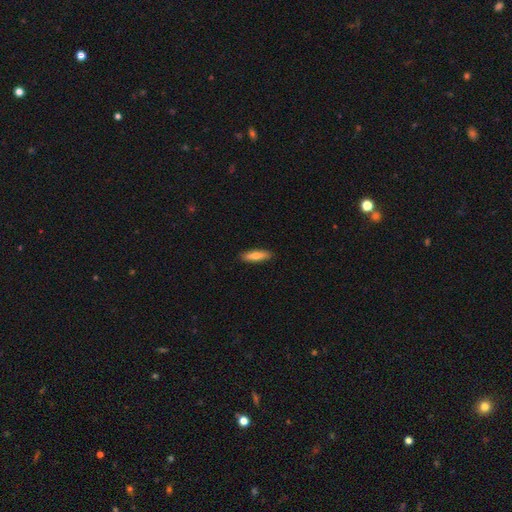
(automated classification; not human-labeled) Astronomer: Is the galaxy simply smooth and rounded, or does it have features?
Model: smooth — 72%.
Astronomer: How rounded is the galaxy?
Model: cigar-shaped — 67%.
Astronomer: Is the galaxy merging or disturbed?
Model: none — 90%.